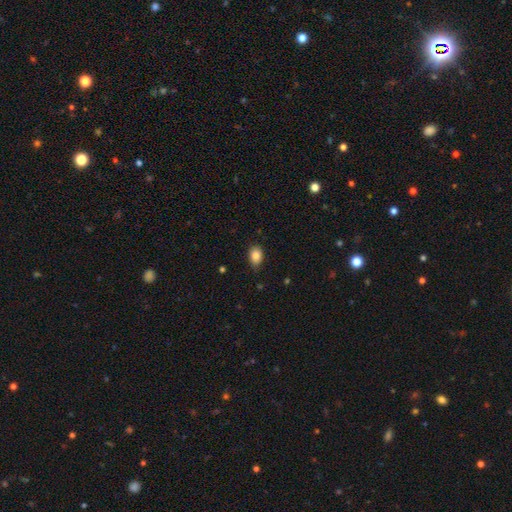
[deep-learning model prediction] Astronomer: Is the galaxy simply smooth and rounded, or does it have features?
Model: smooth — 86%.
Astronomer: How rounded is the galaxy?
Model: in between — 78%.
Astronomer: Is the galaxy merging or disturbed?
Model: none — 77%.